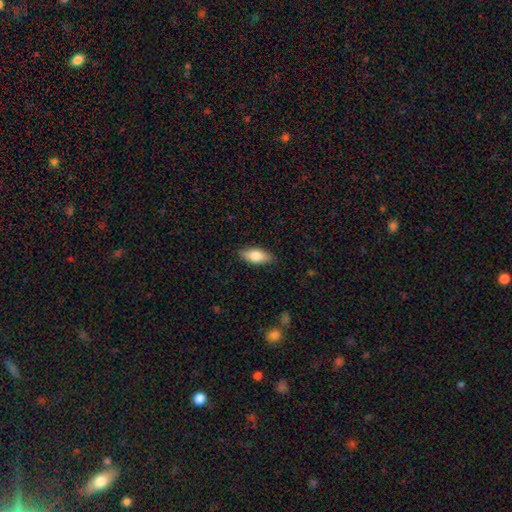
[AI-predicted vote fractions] smooth_or_featured: smooth (p=0.80) [alt: featured or disk p=0.14]
how_rounded: in between (p=0.83) [alt: cigar-shaped p=0.15]
merging: none (p=0.85) [alt: minor disturbance p=0.12]